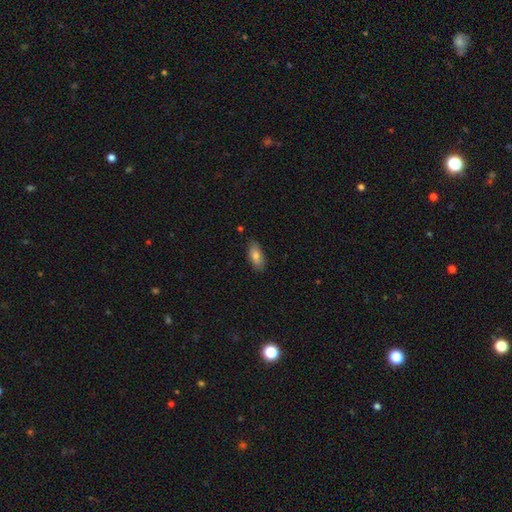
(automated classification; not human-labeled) Morphology: type=smooth (80%); roundness=in between (88%); merging=none (82%).